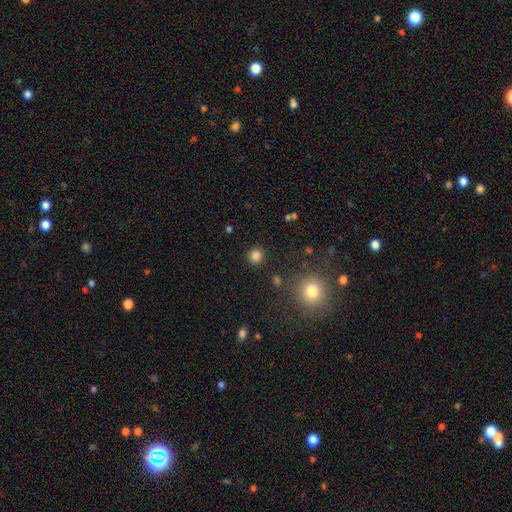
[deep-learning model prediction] smooth_or_featured: smooth (p=0.83) [alt: star or artifact p=0.13]
how_rounded: round (p=0.94) [alt: in between p=0.05]
merging: none (p=0.90) [alt: minor disturbance p=0.05]